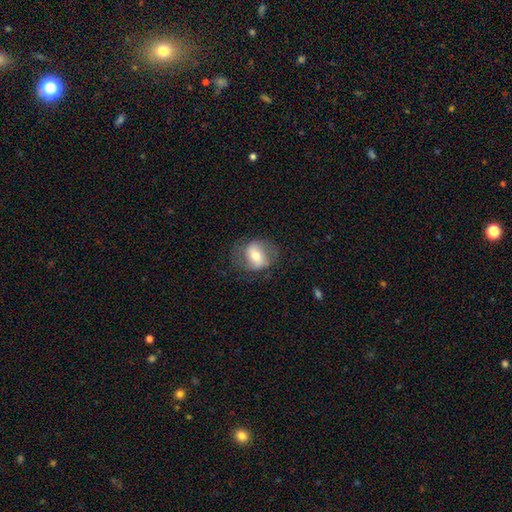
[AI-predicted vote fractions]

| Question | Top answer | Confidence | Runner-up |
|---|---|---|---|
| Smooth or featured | smooth | 50% | featured or disk (42%) |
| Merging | none | 66% | minor disturbance (20%) |